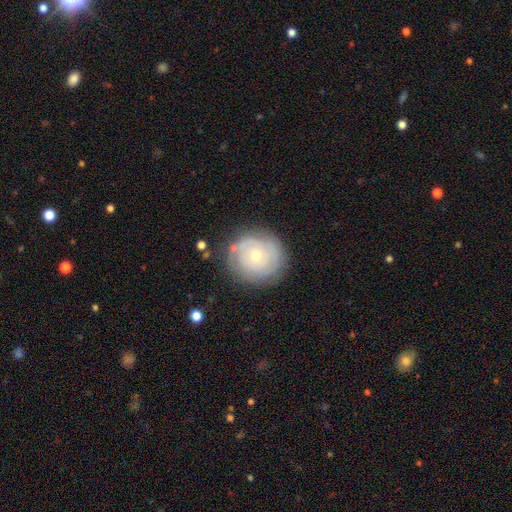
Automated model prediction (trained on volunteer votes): smooth_or_featured: featured or disk (p=0.58) [alt: smooth p=0.34]
disk_edge_on: no (p=0.97) [alt: yes p=0.03]
bar: no (p=0.84) [alt: weak p=0.13]
has_spiral_arms: yes (p=0.69) [alt: no p=0.31]
bulge_size: moderate (p=0.50) [alt: small p=0.46]
merging: none (p=0.80) [alt: minor disturbance p=0.14]